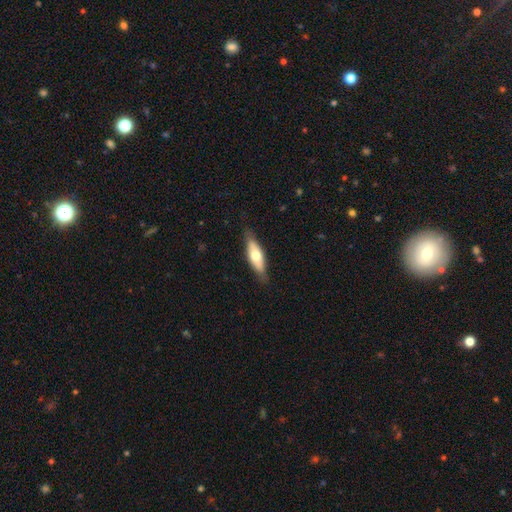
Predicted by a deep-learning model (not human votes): Smooth or featured? smooth (56%)
How rounded? in between (58%)
Merging? none (82%)